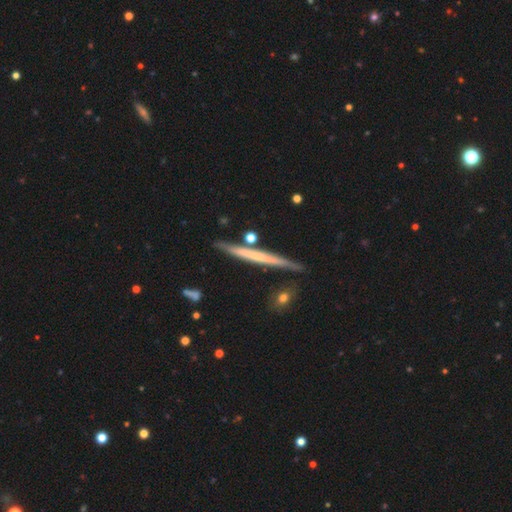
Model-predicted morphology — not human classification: A featured or disk galaxy (55%) viewed edge-on (96%) with no central bulge (84%).

Vote fractions:
- Smooth or featured? featured or disk: 55% / smooth: 39% / star or artifact: 6%
- Edge-on disk? yes: 96% / no: 4%
- Edge-on bulge? none: 84% / rounded: 11% / boxy: 5%
- Merging? none: 86% / minor disturbance: 9% / merger: 3% / major disturbance: 2%